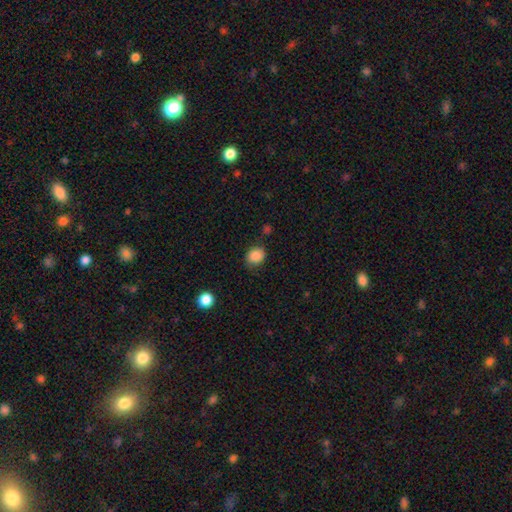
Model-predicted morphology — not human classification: Q: Smooth or featured?
A: smooth (86%); runner-up: star or artifact (9%)
Q: How rounded?
A: round (63%); runner-up: in between (37%)
Q: Merging?
A: none (76%); runner-up: minor disturbance (17%)